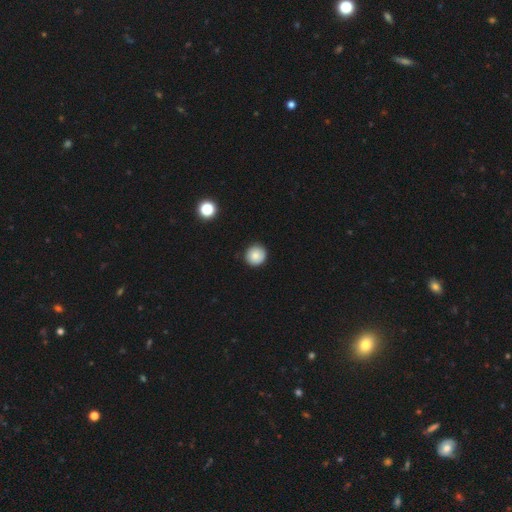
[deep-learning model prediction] Overall: smooth (83%). How rounded: round (92%). Merging: none (89%).